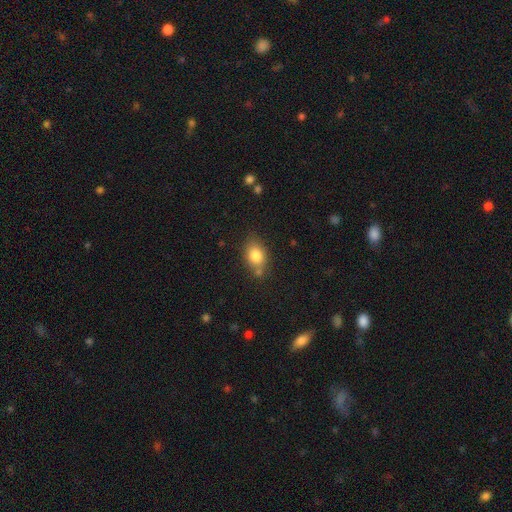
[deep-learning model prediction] This appears to be a smooth galaxy with no disk features (81%) that is in between round and cigar-shaped (72%). Merging: none (68%).